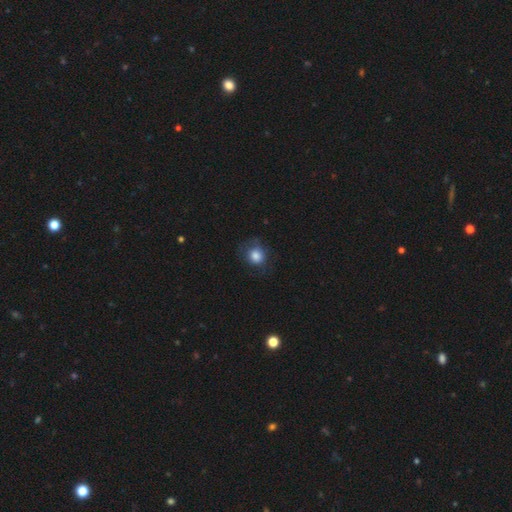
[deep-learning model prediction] Overall: smooth (81%). How rounded: round (81%). Merging: none (67%).